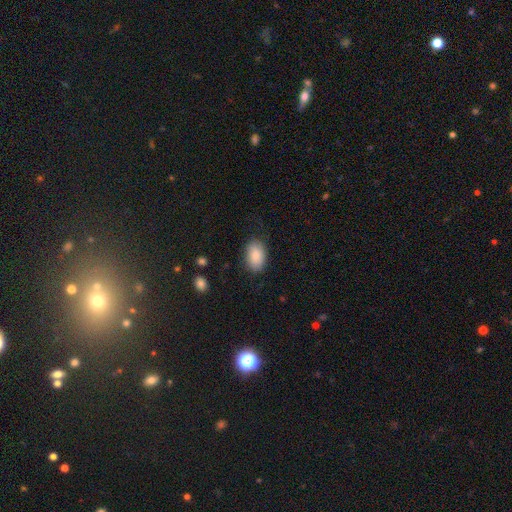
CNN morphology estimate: Smooth or featured? Predicted: smooth (p=0.85). How rounded? Predicted: in between (p=0.89). Merging? Predicted: none (p=0.81).